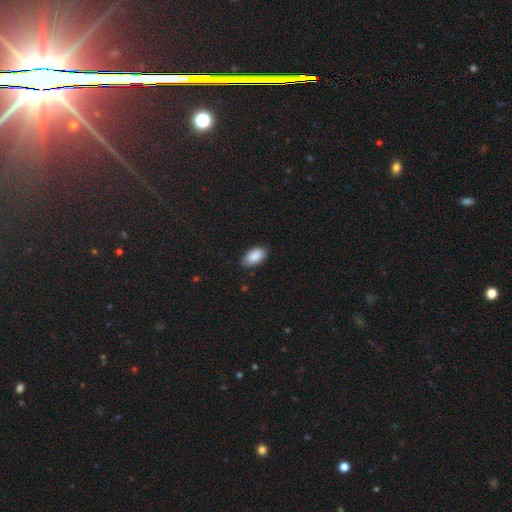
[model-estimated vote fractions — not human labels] This is clearly a smooth galaxy (90%). How rounded: clearly in between (95%). Merging: clearly none (85%).